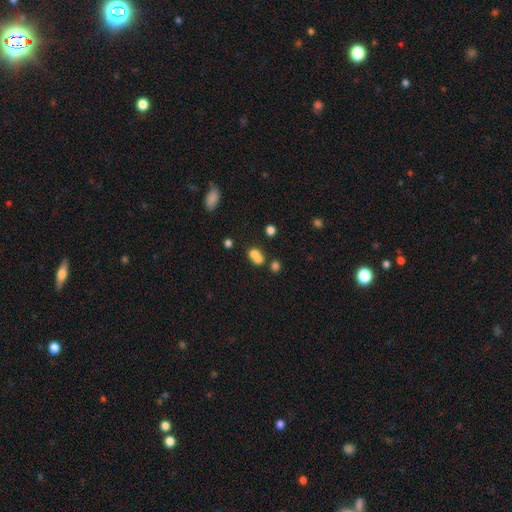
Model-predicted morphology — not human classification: Overall: smooth (72%). How rounded: round (51%; in between 47%). Merging: merger (59%; none 27%).